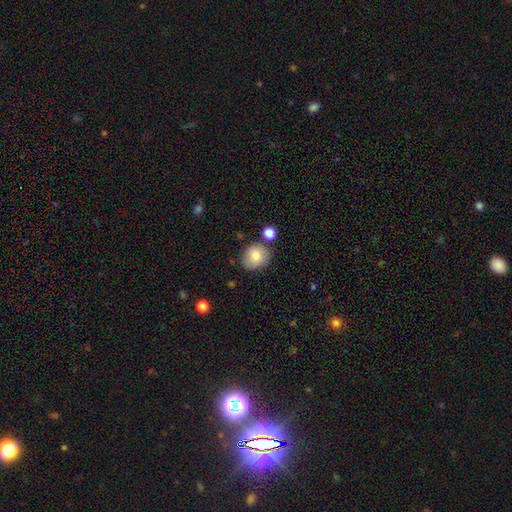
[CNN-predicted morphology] Q: Smooth or featured?
A: smooth (79%); runner-up: featured or disk (12%)
Q: How rounded?
A: round (70%); runner-up: in between (29%)
Q: Merging?
A: none (75%); runner-up: minor disturbance (14%)